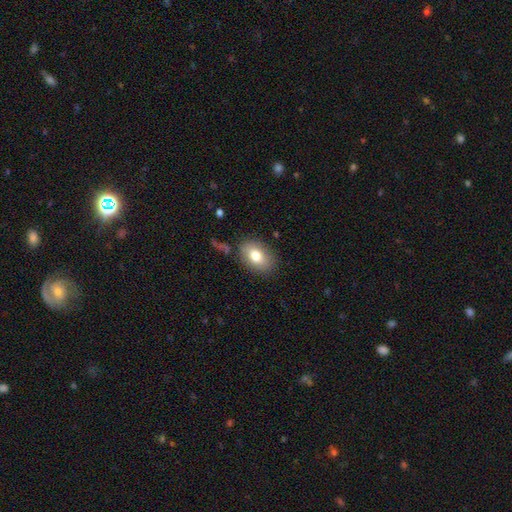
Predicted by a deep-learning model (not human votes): Smooth or featured? Predicted: smooth (p=0.78). How rounded? Predicted: in between (p=0.83). Merging? Predicted: none (p=0.82).